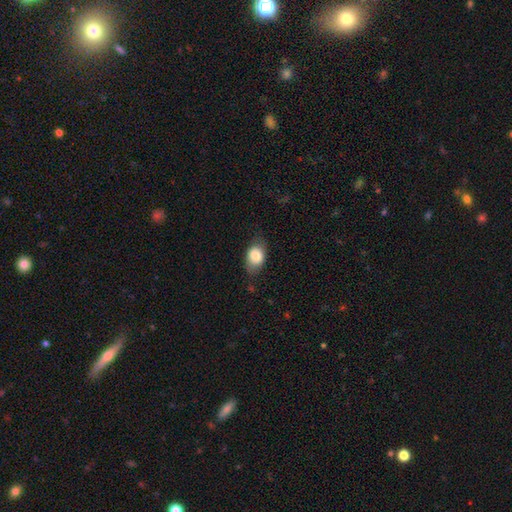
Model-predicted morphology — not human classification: Overall: smooth (81%). How rounded: in between (81%). Merging: none (70%).